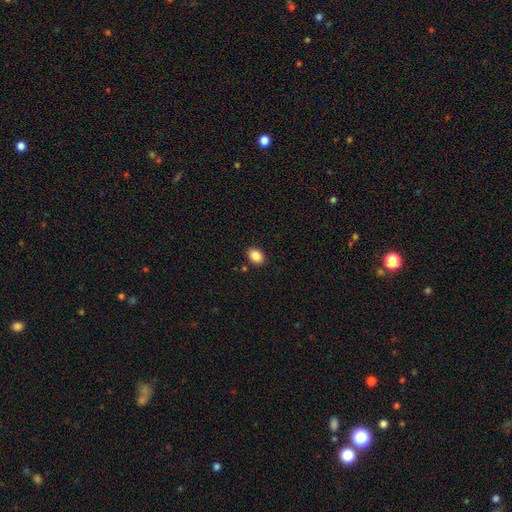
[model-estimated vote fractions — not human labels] Smooth or featured? smooth (87%)
How rounded? in between (67%)
Merging? none (89%)